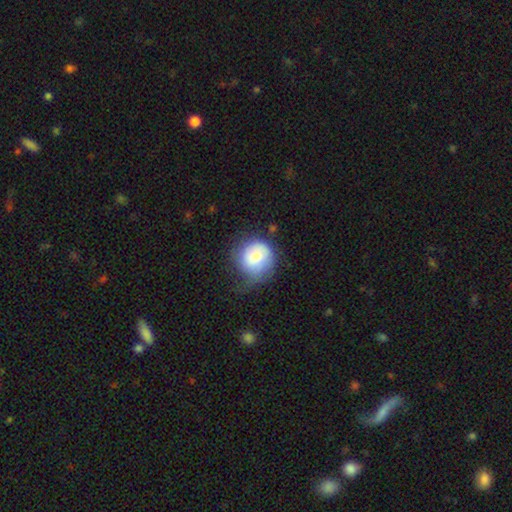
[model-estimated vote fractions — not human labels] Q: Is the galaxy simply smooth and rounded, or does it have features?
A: smooth — 69%.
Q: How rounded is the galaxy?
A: round — 87%.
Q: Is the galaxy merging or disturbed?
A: none — 46%.